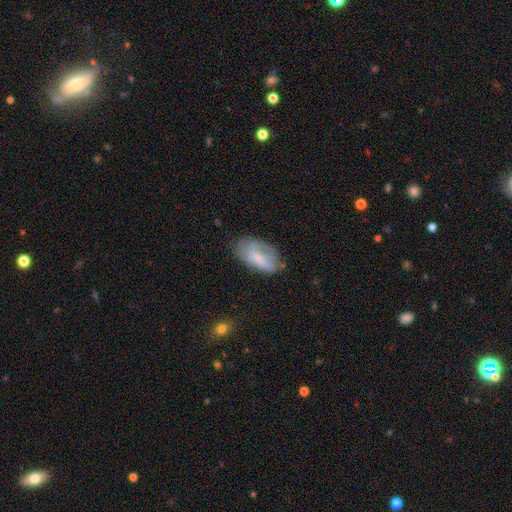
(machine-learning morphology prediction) A smooth galaxy with no disk features (59%) that is in between round and cigar-shaped (91%). Merging: none (53%).